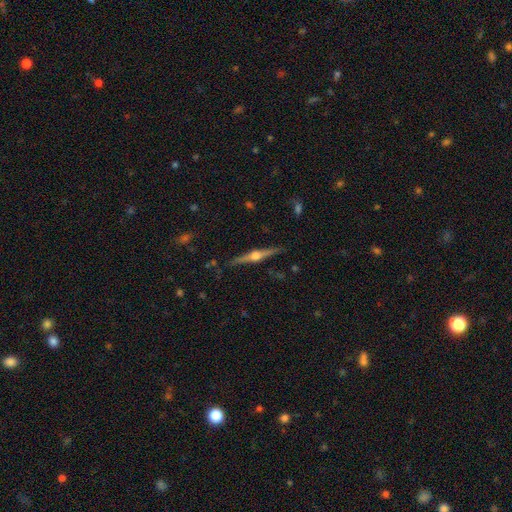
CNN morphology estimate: type=featured or disk (82%); edge-on=yes (98%); edge-on bulge=rounded (95%); merging=none (89%).